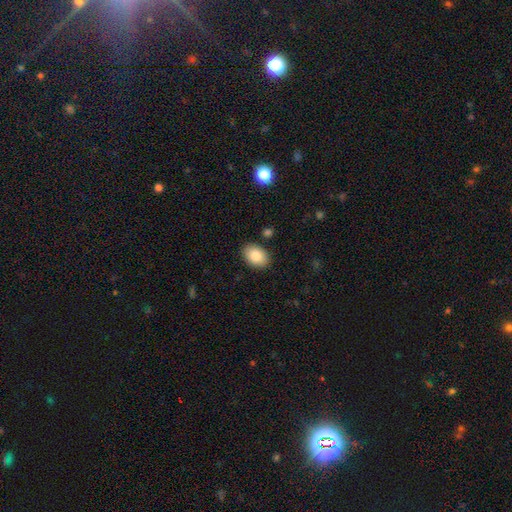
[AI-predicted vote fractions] smooth 85%, featured or disk 8%, star or artifact 7%. Down the decision tree: how rounded — in between (84%); merging — none (88%).